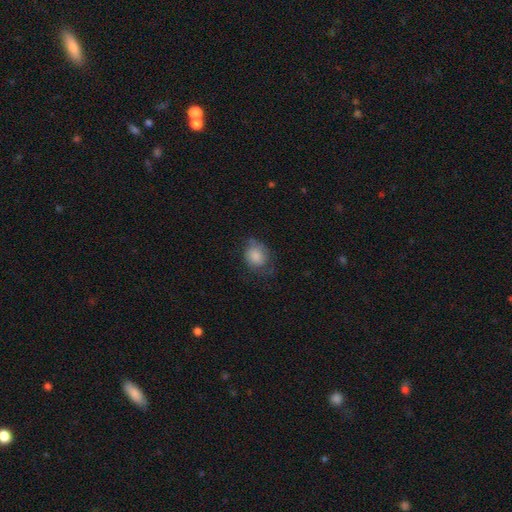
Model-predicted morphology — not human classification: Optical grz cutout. It shows a smooth galaxy with no disk features (76%) that is in between round and cigar-shaped (51%). Merging: none (52%).